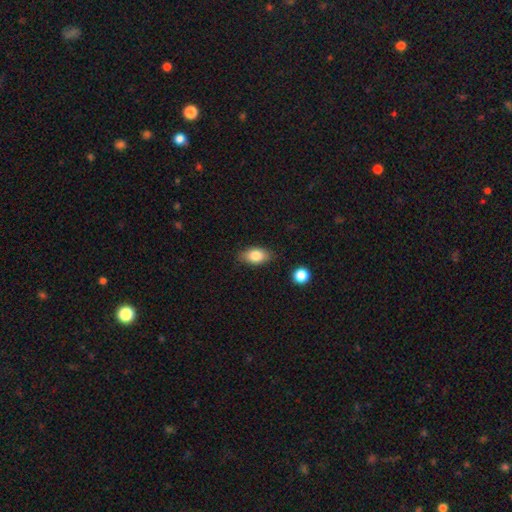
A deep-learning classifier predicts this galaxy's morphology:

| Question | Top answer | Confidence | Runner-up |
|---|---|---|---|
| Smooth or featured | smooth | 82% | featured or disk (10%) |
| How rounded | in between | 88% | round (8%) |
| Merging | none | 83% | minor disturbance (13%) |